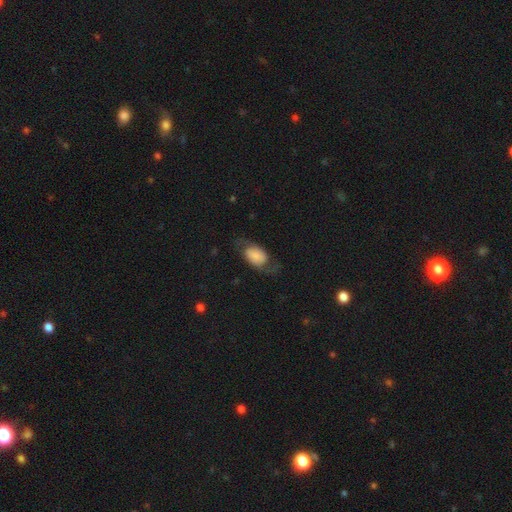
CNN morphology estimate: type=featured or disk (46%); merging=none (59%).